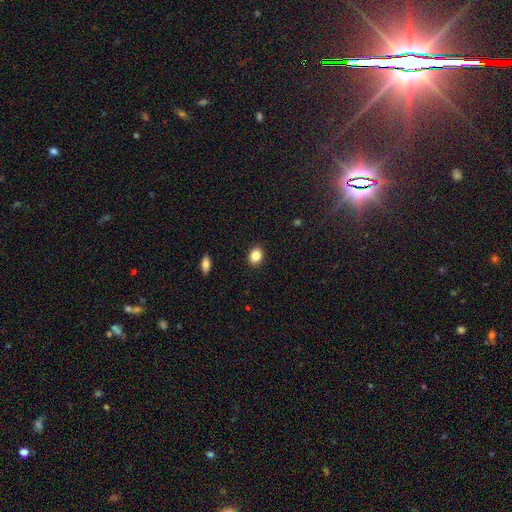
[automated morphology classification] Smooth or featured? Predicted: smooth (p=0.86). How rounded? Predicted: in between (p=0.57). Merging? Predicted: none (p=0.91).